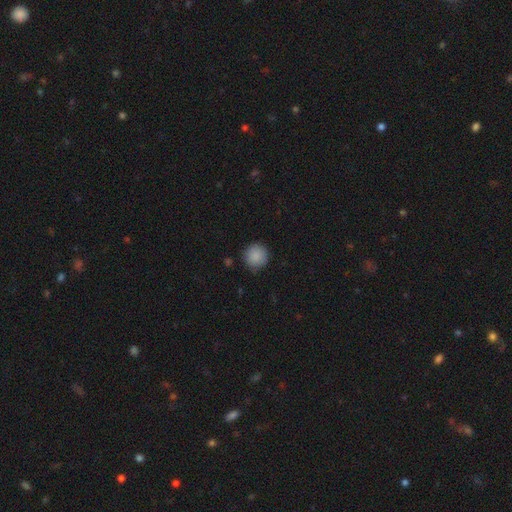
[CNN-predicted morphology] Smooth or featured? smooth (89%)
How rounded? round (94%)
Merging? none (87%)